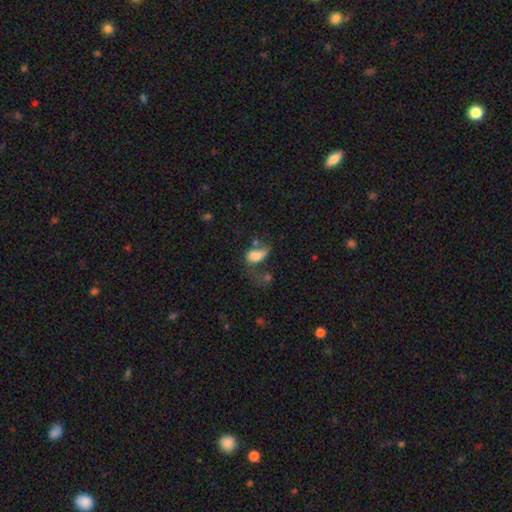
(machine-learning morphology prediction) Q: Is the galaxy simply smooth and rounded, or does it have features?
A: smooth — 69%.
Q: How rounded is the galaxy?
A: in between — 86%.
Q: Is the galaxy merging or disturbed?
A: major disturbance — 41%.